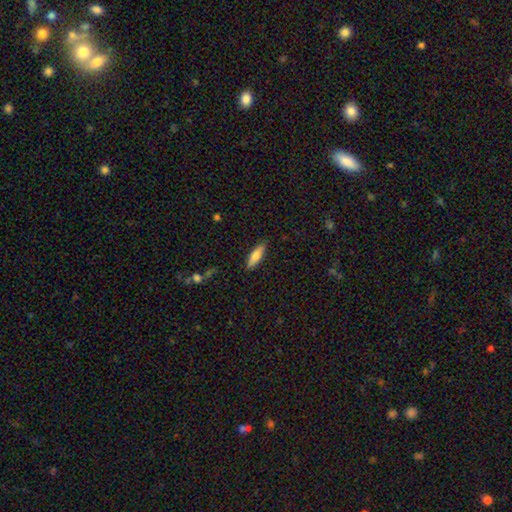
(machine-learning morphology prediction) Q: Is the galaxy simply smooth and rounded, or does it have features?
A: smooth — 76%.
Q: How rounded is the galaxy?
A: cigar-shaped — 51%.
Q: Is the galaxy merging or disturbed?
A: none — 87%.